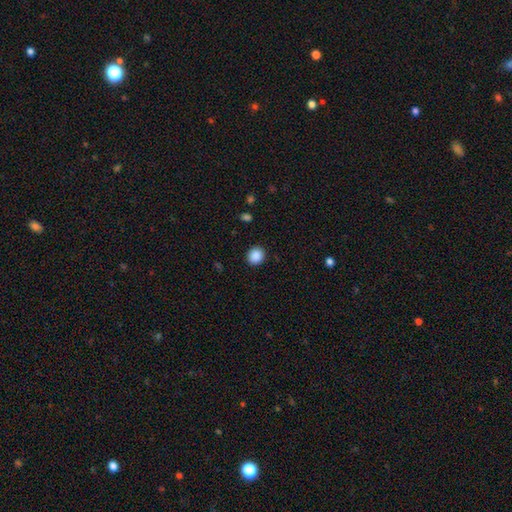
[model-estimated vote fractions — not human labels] A smooth galaxy with no disk features (89%) that is round (85%). Merging: none (91%).